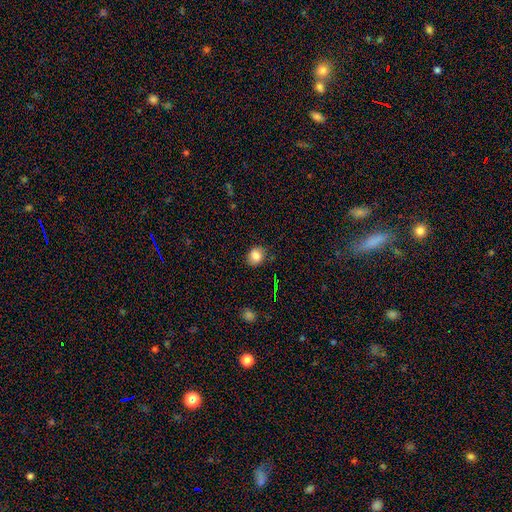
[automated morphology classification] Smooth or featured? smooth (84%)
How rounded? round (63%)
Merging? none (81%)